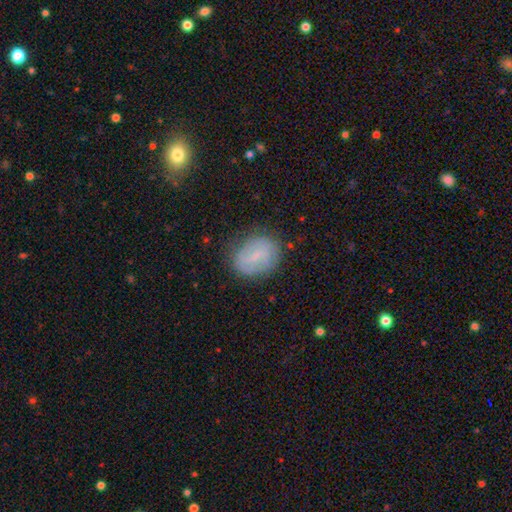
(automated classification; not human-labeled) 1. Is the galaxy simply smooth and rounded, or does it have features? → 51% smooth, 40% featured or disk, 9% star or artifact.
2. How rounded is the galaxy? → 61% in between, 37% round, 2% cigar-shaped.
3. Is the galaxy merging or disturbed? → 77% none, 16% minor disturbance, 5% major disturbance, 1% merger.